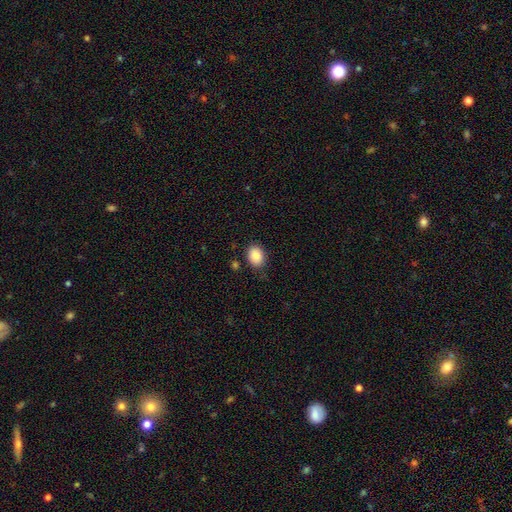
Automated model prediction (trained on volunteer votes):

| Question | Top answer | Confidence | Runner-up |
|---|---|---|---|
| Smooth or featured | smooth | 88% | star or artifact (8%) |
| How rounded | in between | 71% | round (28%) |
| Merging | none | 83% | minor disturbance (12%) |